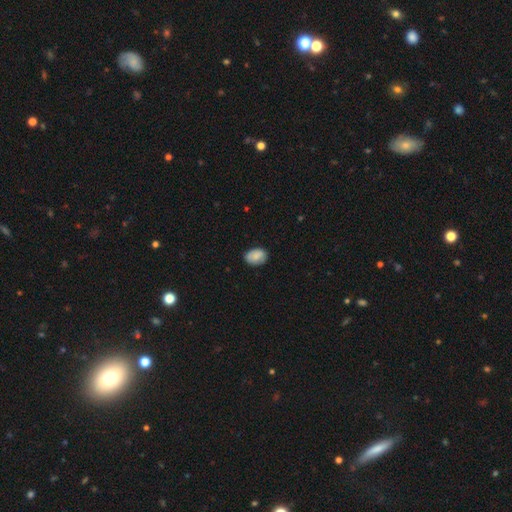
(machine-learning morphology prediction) This is clearly a smooth galaxy (83%). How rounded: likely in between (78%). Merging: clearly none (82%).